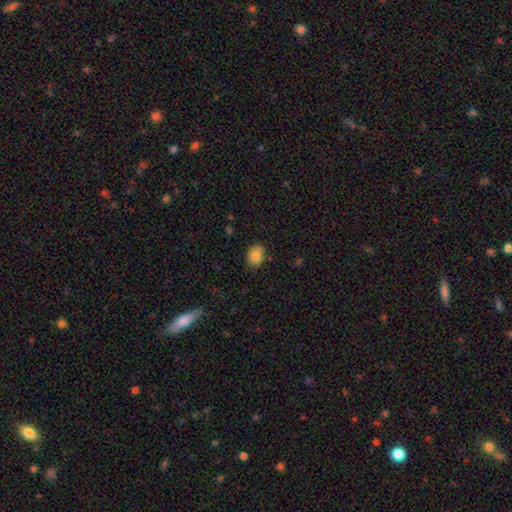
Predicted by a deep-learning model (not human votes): A smooth galaxy with no disk features (83%) that is in between round and cigar-shaped (67%). Merging: none (74%).